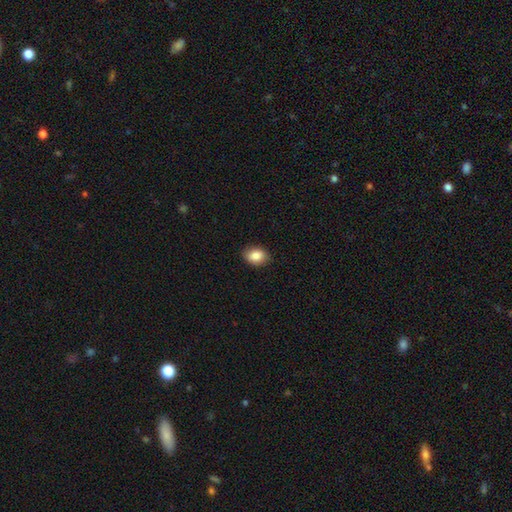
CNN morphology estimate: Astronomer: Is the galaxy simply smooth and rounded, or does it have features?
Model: smooth — 86%.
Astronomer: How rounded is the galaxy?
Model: in between — 72%.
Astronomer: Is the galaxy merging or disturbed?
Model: none — 87%.